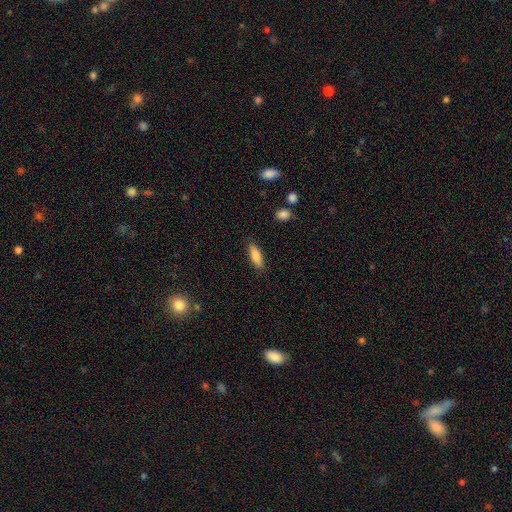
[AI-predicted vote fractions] This appears to be a smooth galaxy with no disk features (81%) that is in between round and cigar-shaped (60%). Merging: none (85%).